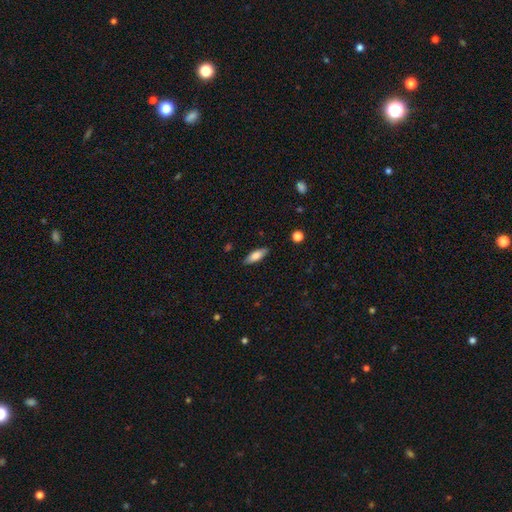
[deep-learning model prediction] smooth 74%, featured or disk 19%, star or artifact 7%. Down the decision tree: how rounded — in between (59%); merging — none (86%).